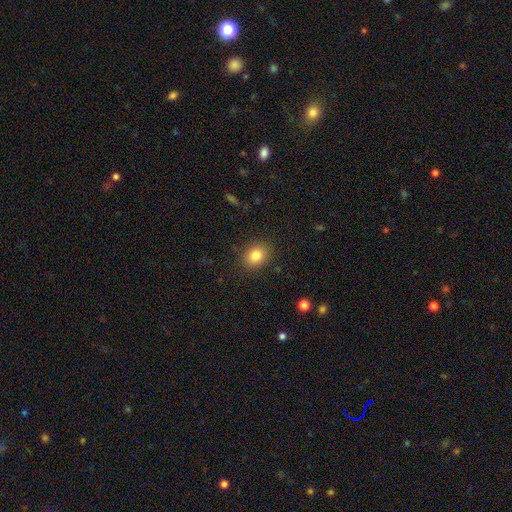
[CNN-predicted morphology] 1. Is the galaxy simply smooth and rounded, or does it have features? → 83% smooth, 10% star or artifact, 7% featured or disk.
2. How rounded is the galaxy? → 52% round, 47% in between, 1% cigar-shaped.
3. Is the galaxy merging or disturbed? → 87% none, 9% minor disturbance, 3% major disturbance, 1% merger.